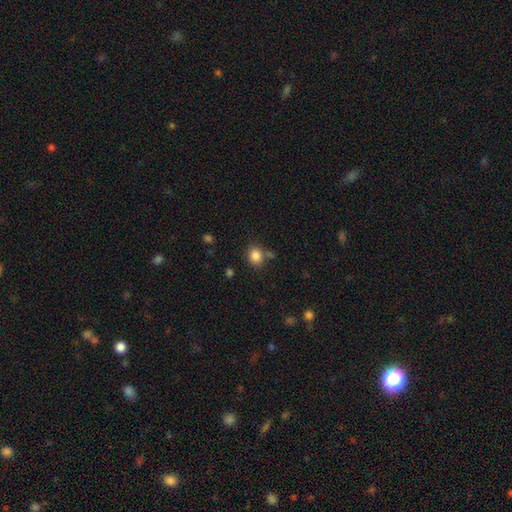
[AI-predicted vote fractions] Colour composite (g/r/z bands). It shows a smooth galaxy with no disk features (84%) that is round (61%). Merging: none (71%).